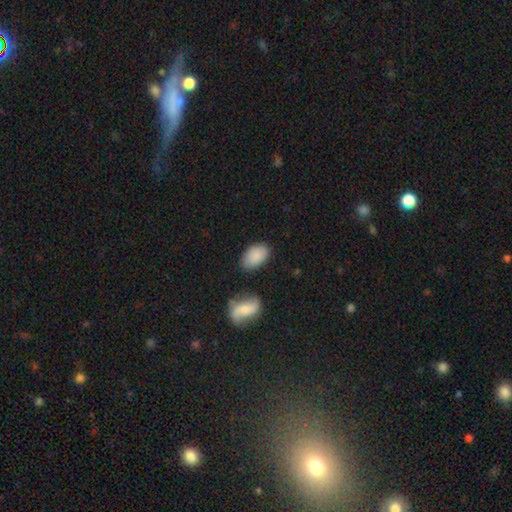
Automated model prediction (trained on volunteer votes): smooth-or-featured: smooth: 86% | featured or disk: 8% | star or artifact: 6%
  how-rounded: in between: 93% | round: 6% | cigar-shaped: 1%
  merging: none: 74% | minor disturbance: 17% | merger: 5% | major disturbance: 4%